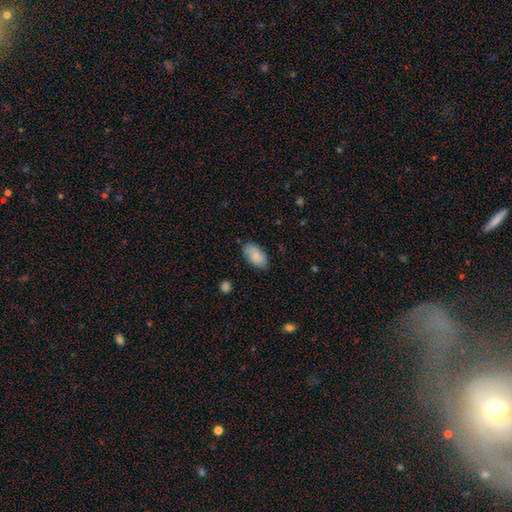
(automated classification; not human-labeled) Morphology: type=smooth (85%); roundness=in between (95%); merging=none (83%).